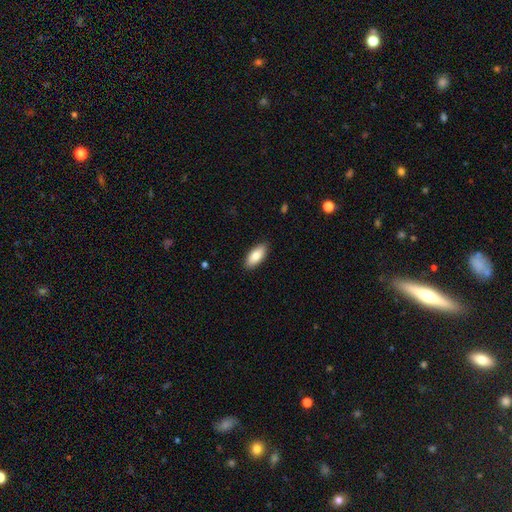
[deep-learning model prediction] Smooth or featured? Predicted: smooth (p=0.83). How rounded? Predicted: in between (p=0.89). Merging? Predicted: none (p=0.89).